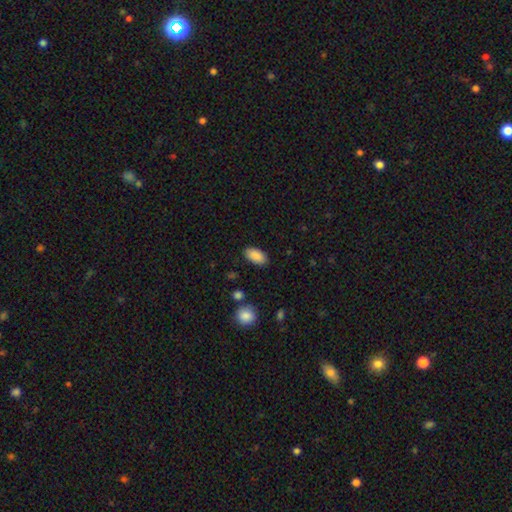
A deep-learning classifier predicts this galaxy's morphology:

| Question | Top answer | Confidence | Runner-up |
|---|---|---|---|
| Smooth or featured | smooth | 89% | star or artifact (7%) |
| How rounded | in between | 94% | round (3%) |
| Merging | none | 87% | minor disturbance (9%) |